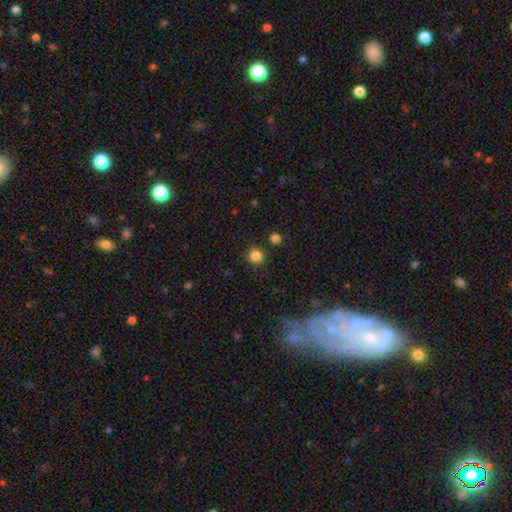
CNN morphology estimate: Smooth or featured?
  - smooth: 84% *
  - star or artifact: 12%
  - featured or disk: 4%
How rounded?
  - round: 94% *
  - in between: 5%
  - cigar-shaped: 1%
Merging?
  - none: 89% *
  - minor disturbance: 6%
  - merger: 3%
  - major disturbance: 2%